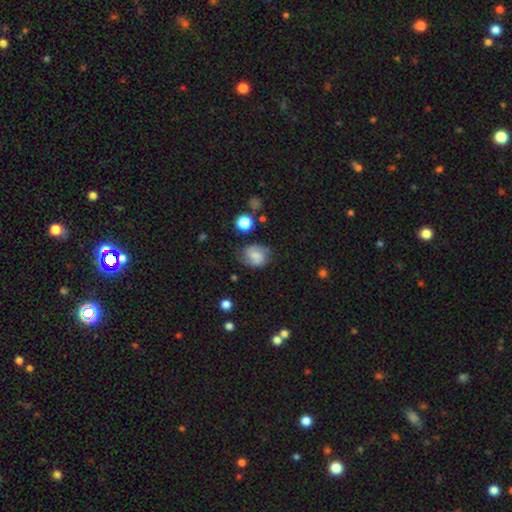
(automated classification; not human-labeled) Overall: featured or disk (50%; smooth 40%). Edge-on disk: no (97%). Merging: none (67%).